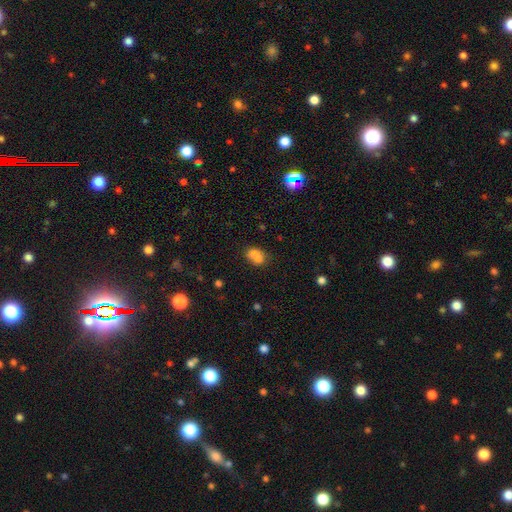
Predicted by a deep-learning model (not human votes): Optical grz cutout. It shows a smooth galaxy with no disk features (72%) that is in between round and cigar-shaped (58%). Merging: merger (56%).